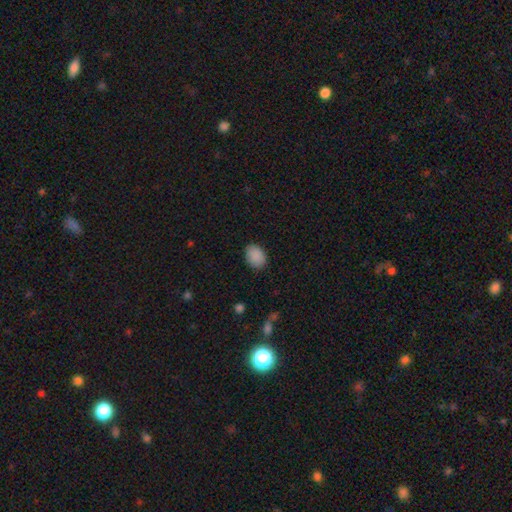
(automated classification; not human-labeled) The model was most divided on "how rounded": in between: 71%, round: 28%, cigar-shaped: 1%. More confident: smooth or featured — smooth (89%); merging — none (86%).